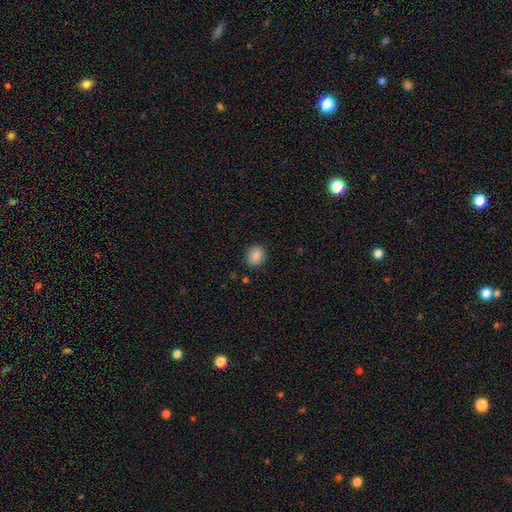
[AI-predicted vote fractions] Morphology: type=smooth (87%); roundness=round (64%); merging=none (87%).